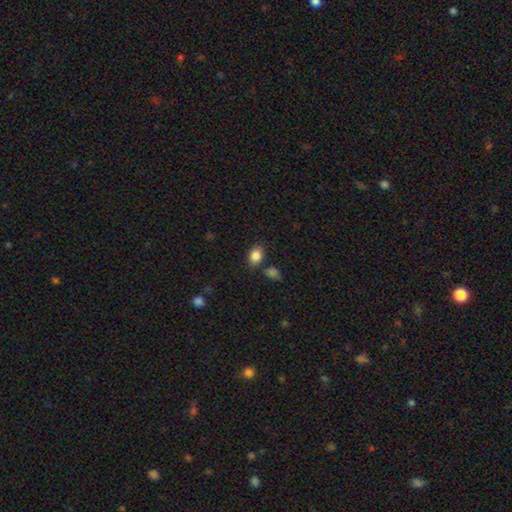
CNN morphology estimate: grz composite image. It shows a smooth galaxy with no disk features (86%) that is in between round and cigar-shaped (69%). Merging: none (77%).